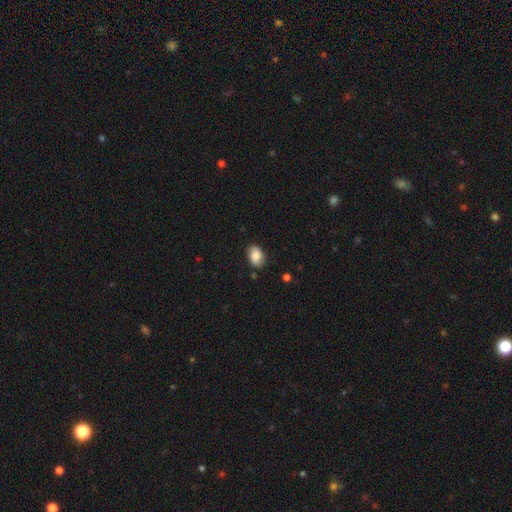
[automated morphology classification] A smooth galaxy with no disk features (85%) that is in between round and cigar-shaped (82%). Merging: none (84%).